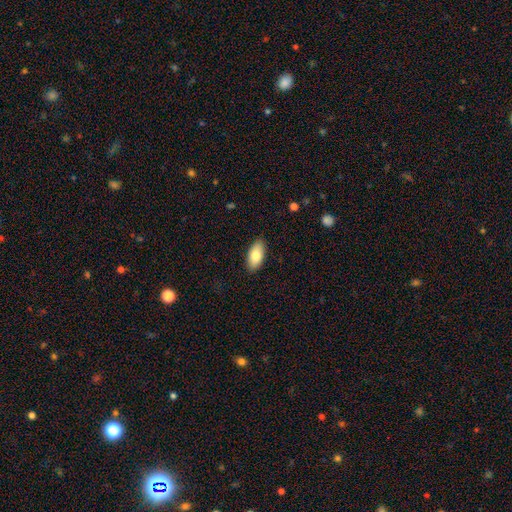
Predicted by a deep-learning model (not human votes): smooth 82%, featured or disk 11%, star or artifact 6%. Down the decision tree: how rounded — in between (92%); merging — none (89%).